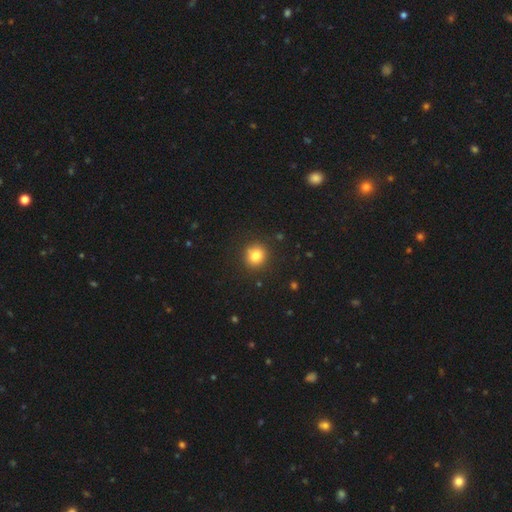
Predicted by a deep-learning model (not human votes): This appears to be a smooth galaxy with no disk features (82%) that is round (88%). Merging: none (88%).